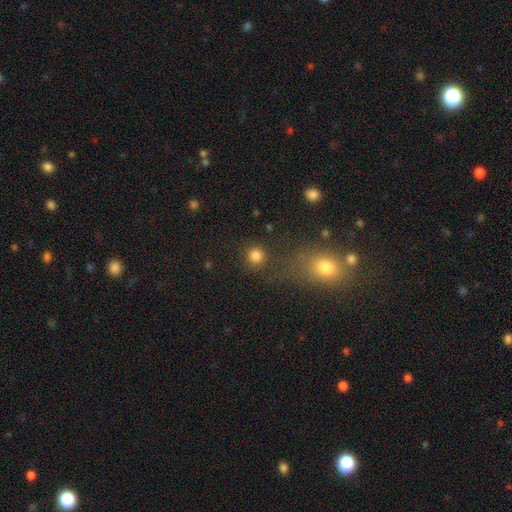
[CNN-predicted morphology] Overall: smooth (83%). How rounded: round (92%). Merging: none (78%).